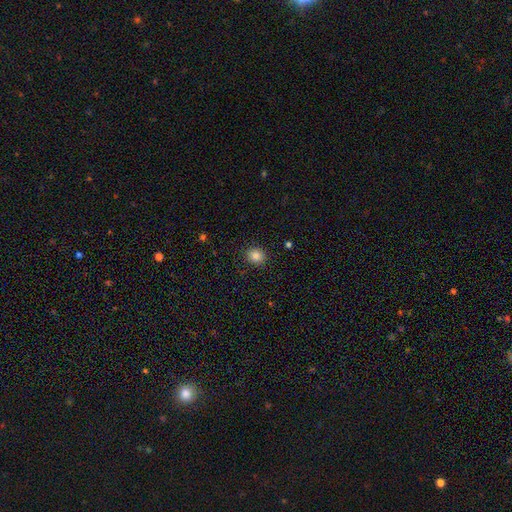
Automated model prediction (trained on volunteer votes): This is clearly a smooth galaxy (85%). How rounded: likely round (75%). Merging: clearly none (89%).